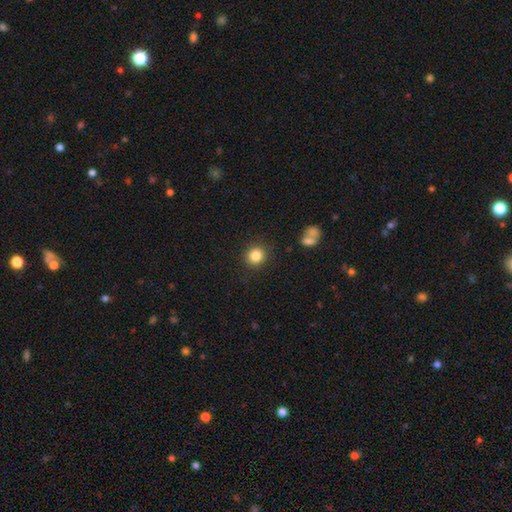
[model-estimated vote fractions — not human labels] This appears to be a smooth galaxy with no disk features (84%) that is round (91%). Merging: none (89%).